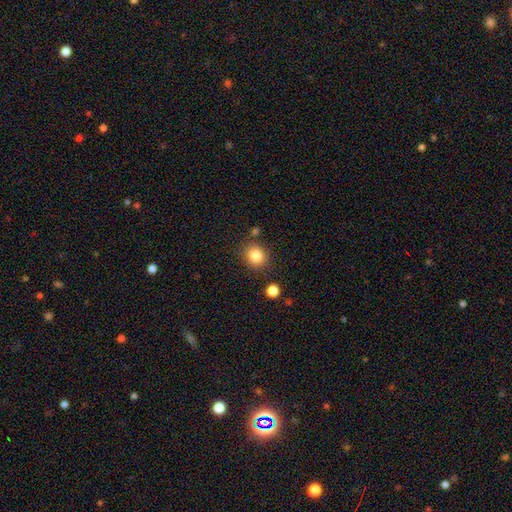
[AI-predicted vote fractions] Smooth or featured? Predicted: smooth (p=0.83). How rounded? Predicted: round (p=0.80). Merging? Predicted: none (p=0.83).